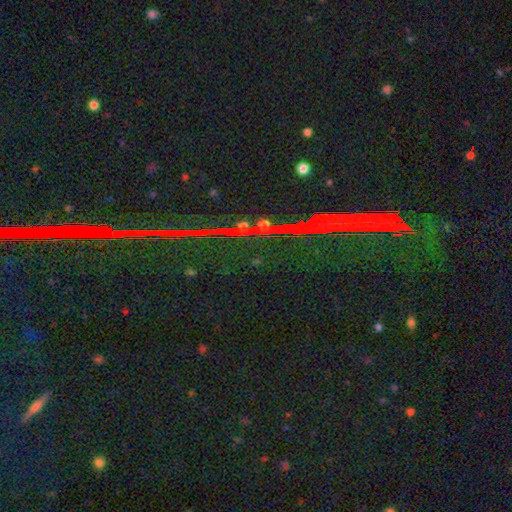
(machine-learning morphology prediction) smooth_or_featured: star or artifact (p=0.87) [alt: featured or disk p=0.07]